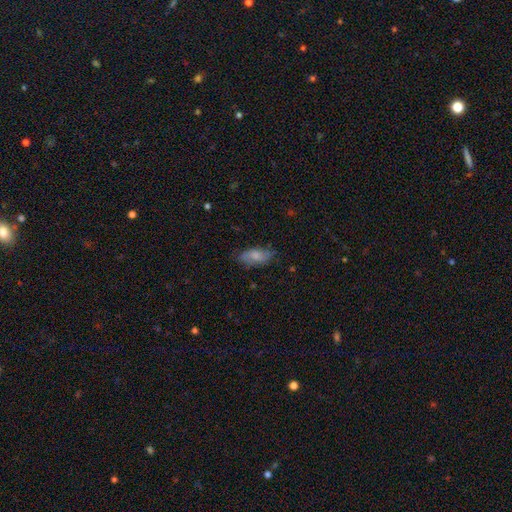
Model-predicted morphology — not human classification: This is likely a smooth galaxy (67%). How rounded: clearly in between (87%). Merging: likely none (69%).